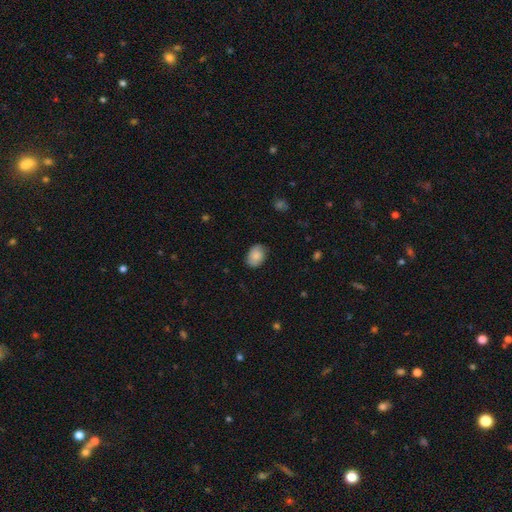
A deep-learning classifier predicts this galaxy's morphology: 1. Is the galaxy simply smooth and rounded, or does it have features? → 83% smooth, 10% featured or disk, 7% star or artifact.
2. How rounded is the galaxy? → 72% in between, 27% round, 1% cigar-shaped.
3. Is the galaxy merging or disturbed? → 78% none, 18% minor disturbance, 3% major disturbance, 1% merger.